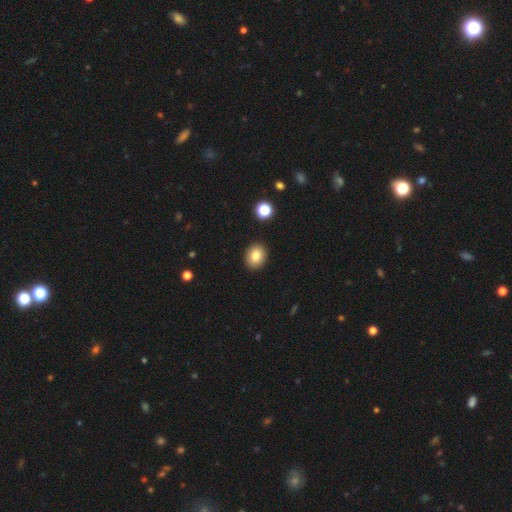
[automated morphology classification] Overall: smooth (82%). How rounded: round (56%; in between 43%). Merging: none (90%).